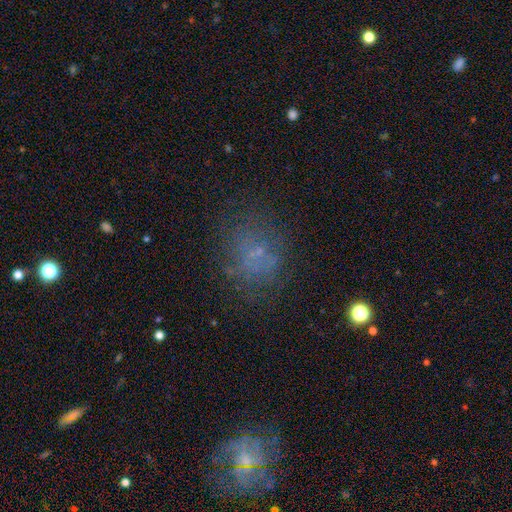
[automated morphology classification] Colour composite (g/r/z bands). It shows a smooth galaxy with no disk features (48%). Merging: none (65%).